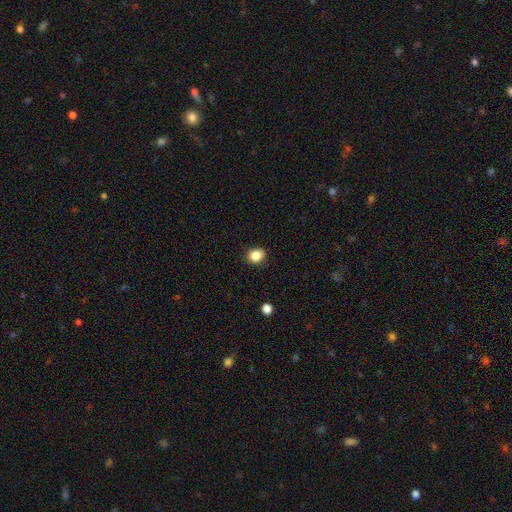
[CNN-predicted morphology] Smooth or featured?
  - smooth: 85% *
  - star or artifact: 10%
  - featured or disk: 4%
How rounded?
  - round: 62% *
  - in between: 37%
  - cigar-shaped: 1%
Merging?
  - none: 87% *
  - minor disturbance: 9%
  - major disturbance: 2%
  - merger: 1%